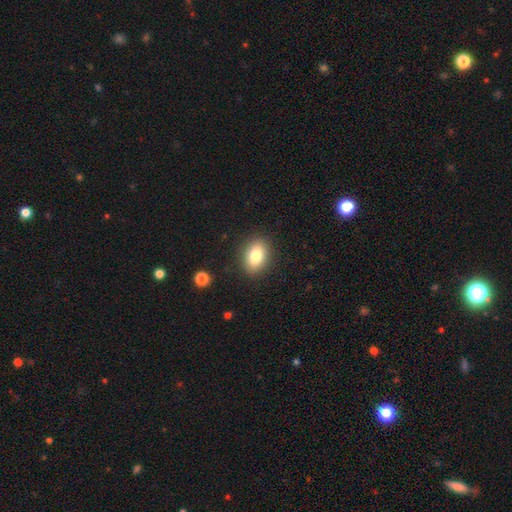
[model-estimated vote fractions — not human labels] This is clearly a smooth galaxy (81%). How rounded: clearly in between (80%). Merging: clearly none (88%).